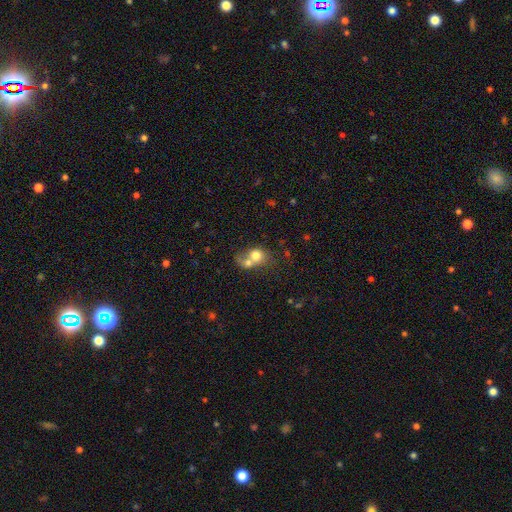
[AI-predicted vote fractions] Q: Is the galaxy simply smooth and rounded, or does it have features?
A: smooth — 68%.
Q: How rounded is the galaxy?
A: round — 63%.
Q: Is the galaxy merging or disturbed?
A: merger — 69%.